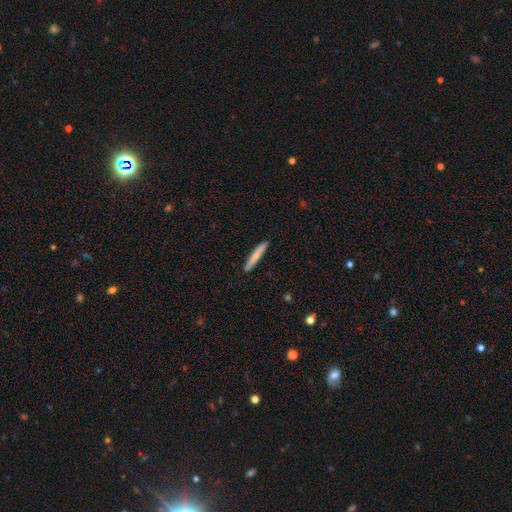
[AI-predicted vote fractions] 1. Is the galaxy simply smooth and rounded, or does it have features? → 76% smooth, 19% featured or disk, 5% star or artifact.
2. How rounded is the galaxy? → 95% cigar-shaped, 4% in between, 1% round.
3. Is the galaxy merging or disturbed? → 91% none, 7% minor disturbance, 1% major disturbance, 1% merger.